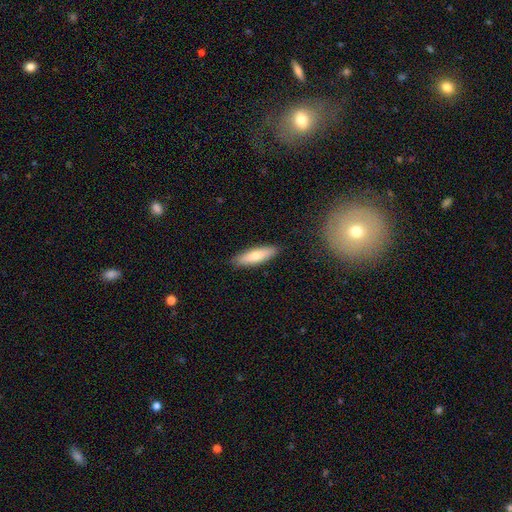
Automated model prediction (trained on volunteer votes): smooth 73%, featured or disk 21%, star or artifact 6%. Down the decision tree: how rounded — cigar-shaped (63%); merging — none (88%).